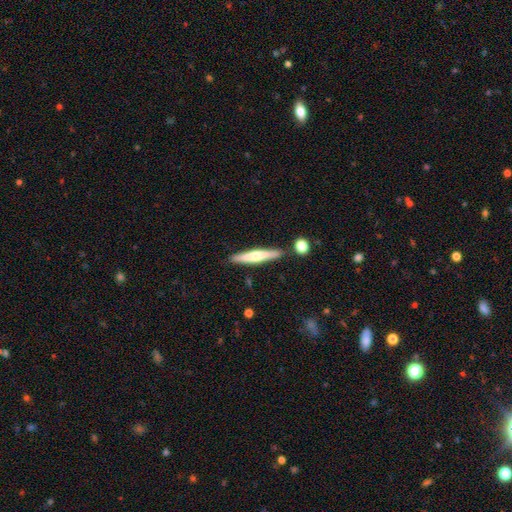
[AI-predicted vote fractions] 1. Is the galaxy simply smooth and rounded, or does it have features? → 47% featured or disk (tied), 47% smooth (tied), 5% star or artifact.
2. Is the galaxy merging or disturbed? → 83% none, 10% minor disturbance, 5% merger, 2% major disturbance.